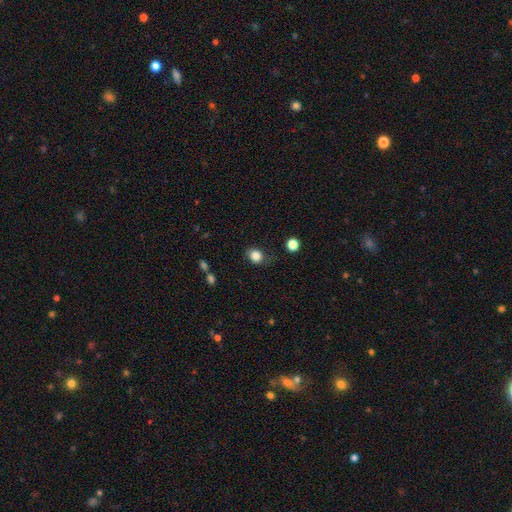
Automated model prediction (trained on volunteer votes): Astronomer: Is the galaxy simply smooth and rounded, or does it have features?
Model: smooth — 84%.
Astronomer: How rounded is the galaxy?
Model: round — 65%.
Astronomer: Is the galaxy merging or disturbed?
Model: none — 67%.